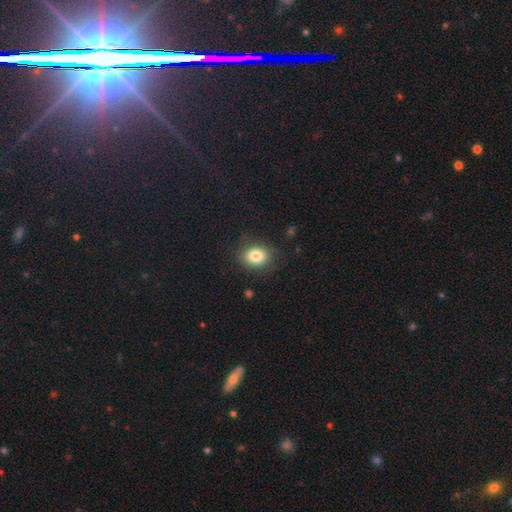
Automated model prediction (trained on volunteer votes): Smooth or featured? Predicted: smooth (p=0.82). How rounded? Predicted: round (p=0.51). Merging? Predicted: none (p=0.83).